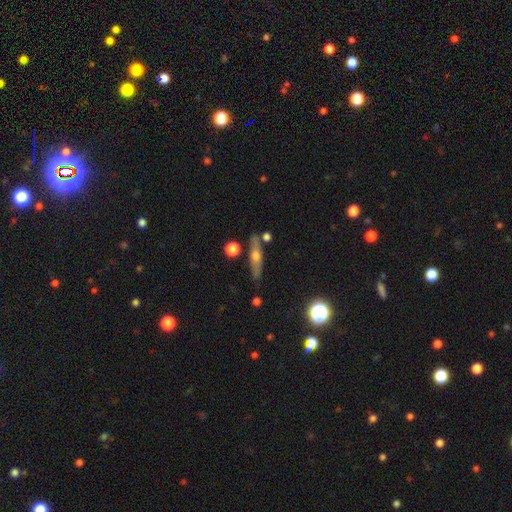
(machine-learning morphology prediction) This appears to be a featured or disk galaxy (54%) viewed edge-on (88%). Merging: none (79%).